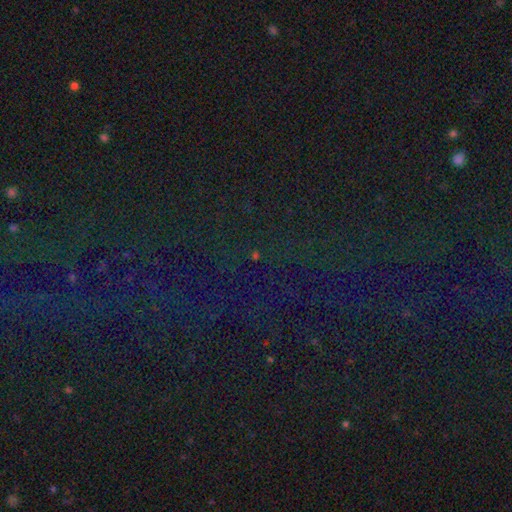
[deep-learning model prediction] The model was most divided on "smooth or featured": star or artifact: 75%, smooth: 18%, featured or disk: 8%.